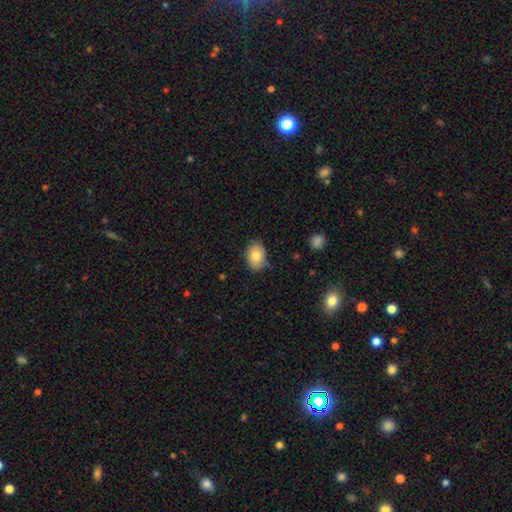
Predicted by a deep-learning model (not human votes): Smooth or featured? Predicted: smooth (p=0.81). How rounded? Predicted: in between (p=0.72). Merging? Predicted: none (p=0.71).